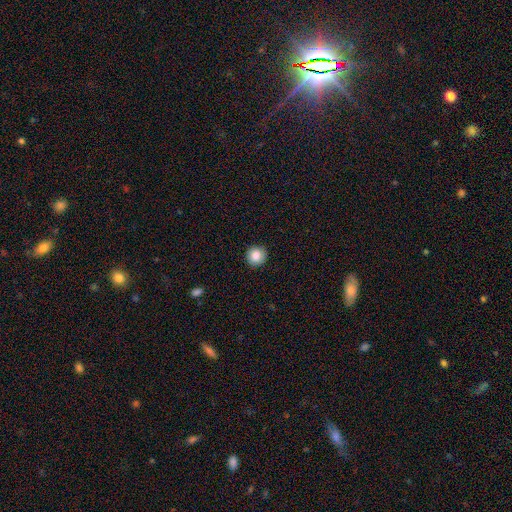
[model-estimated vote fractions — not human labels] Smooth or featured: smooth — 85% (star or artifact — 9%)
How rounded: round — 93% (in between — 6%)
Merging: none — 92% (minor disturbance — 6%)